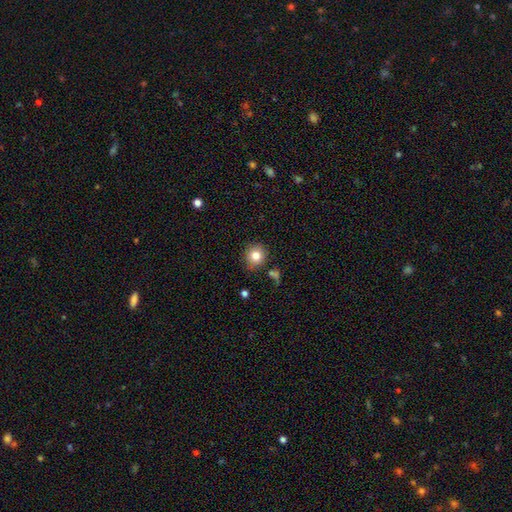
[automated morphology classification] The model was most divided on "smooth or featured": smooth: 82%, star or artifact: 10%, featured or disk: 8%. More confident: how rounded — round (89%); merging — none (83%).